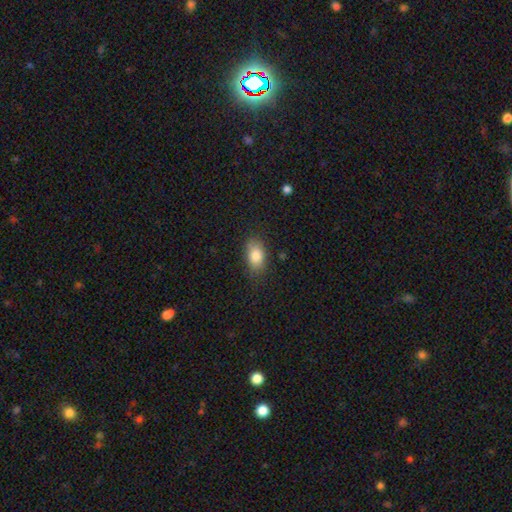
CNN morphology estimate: smooth_or_featured: smooth (p=0.84) [alt: featured or disk p=0.08]
how_rounded: in between (p=0.86) [alt: round p=0.12]
merging: none (p=0.76) [alt: minor disturbance p=0.18]